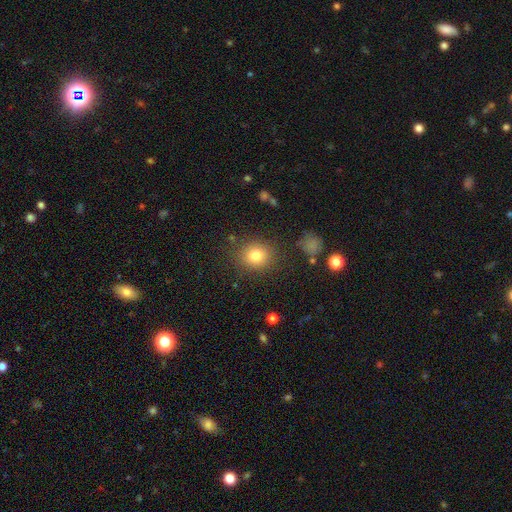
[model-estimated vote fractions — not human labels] Overall: smooth (80%). How rounded: round (80%). Merging: none (84%).